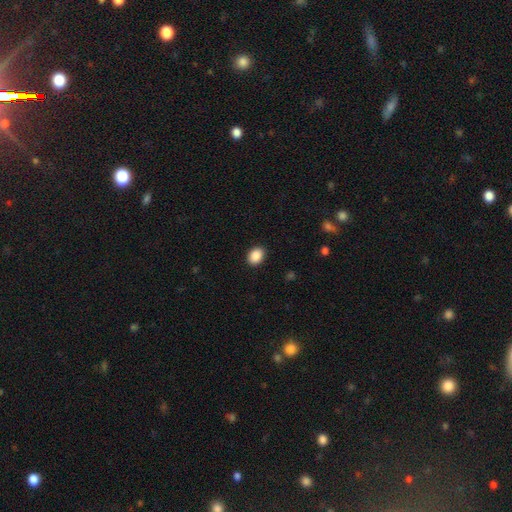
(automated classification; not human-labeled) smooth-or-featured: smooth: 90% | star or artifact: 8% | featured or disk: 3%
  how-rounded: in between: 67% | round: 32% | cigar-shaped: 1%
  merging: none: 91% | minor disturbance: 7% | major disturbance: 2% | merger: 1%